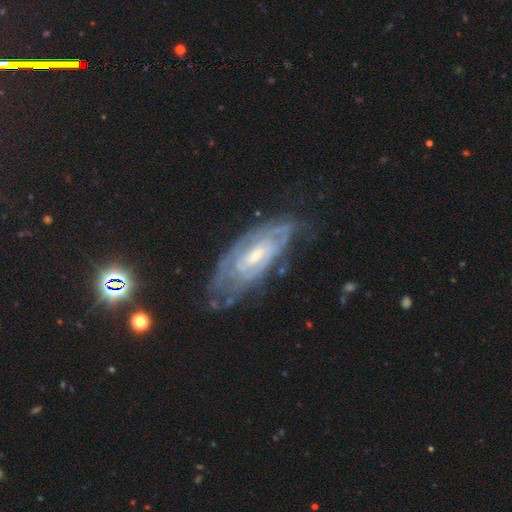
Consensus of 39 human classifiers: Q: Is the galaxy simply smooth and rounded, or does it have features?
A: featured or disk — 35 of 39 (90%).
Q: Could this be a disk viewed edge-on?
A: no — 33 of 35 (94%).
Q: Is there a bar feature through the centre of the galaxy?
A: weak — 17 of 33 (52%).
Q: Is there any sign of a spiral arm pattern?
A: yes — 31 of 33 (94%).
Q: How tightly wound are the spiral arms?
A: tight — 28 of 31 (90%).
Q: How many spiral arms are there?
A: can't tell — 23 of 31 (74%).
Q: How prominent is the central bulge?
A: moderate — 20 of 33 (61%).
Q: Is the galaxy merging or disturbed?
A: none — 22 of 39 (56%).